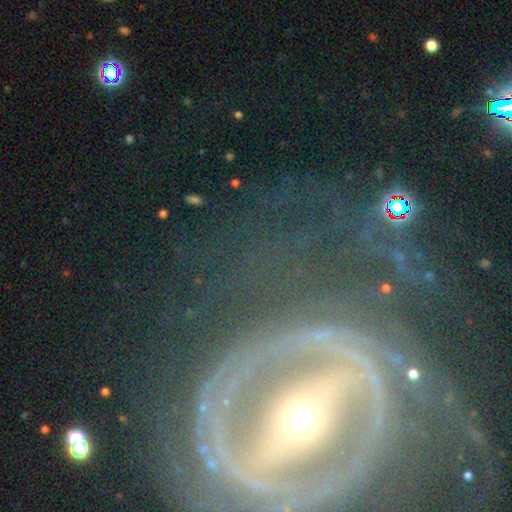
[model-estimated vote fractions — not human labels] A featured or disk galaxy (82%) with a strong bar (68%), 2 (44%) tight (58%) spiral arms (78%) and a small central bulge (57%).

Vote fractions:
- Smooth or featured? featured or disk: 82% / star or artifact: 10% / smooth: 8%
- Edge-on disk? no: 92% / yes: 8%
- Bar? strong: 68% / weak: 19% / no: 13%
- Spiral arms? yes: 78% / no: 22%
- Spiral winding? tight: 58% / medium: 29% / loose: 13%
- Spiral arm count? 2: 44% / can't tell: 26% / 3: 10% / 4: 7% / 1: 7% / more than 4: 7%
- Bulge size? small: 57% / moderate: 36% / large: 4% / dominant: 2% / none: 1%
- Merging? none: 66% / major disturbance: 16% / minor disturbance: 15% / merger: 3%